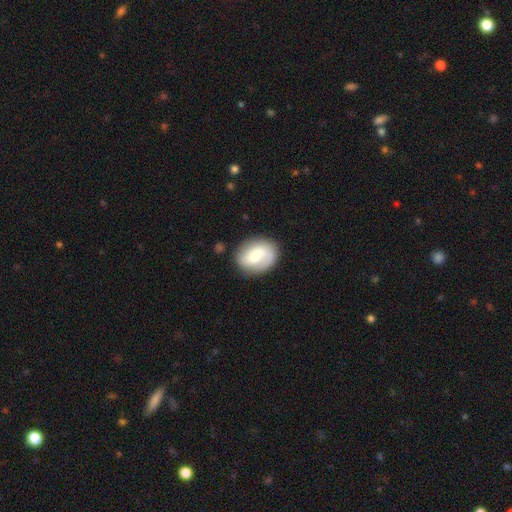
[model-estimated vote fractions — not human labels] Smooth or featured? Predicted: featured or disk (p=0.49). Merging? Predicted: none (p=0.73).